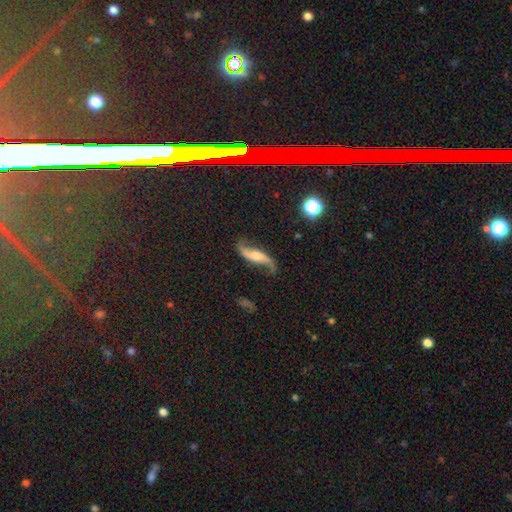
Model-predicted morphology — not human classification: featured or disk 85%, smooth 9%, star or artifact 6%. Down the decision tree: edge-on disk — no (88%); bar — no (55%); spiral arms — yes (96%); spiral arm count — 2 (93%); spiral winding — loose (88%); bulge size — moderate (52%); merging — none (78%).